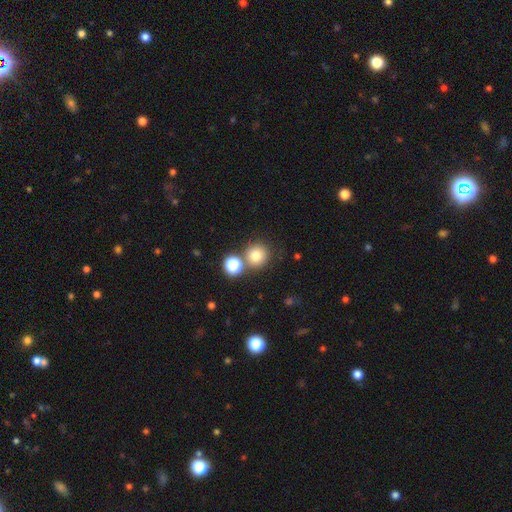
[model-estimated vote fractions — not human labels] Morphology: type=smooth (79%); roundness=round (91%); merging=none (72%).